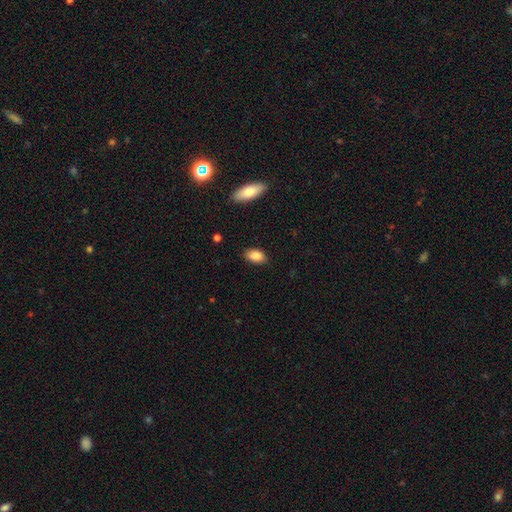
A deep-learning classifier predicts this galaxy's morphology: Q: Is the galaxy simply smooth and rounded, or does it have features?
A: smooth — 88%.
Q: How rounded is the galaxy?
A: in between — 90%.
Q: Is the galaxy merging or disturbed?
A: none — 83%.